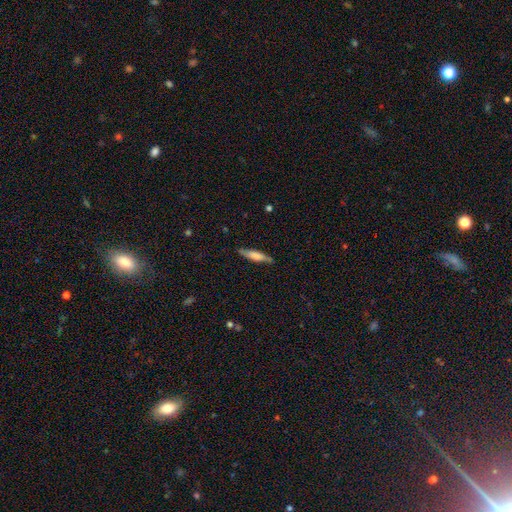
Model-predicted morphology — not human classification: This is possibly a smooth galaxy (59%). How rounded: clearly cigar-shaped (82%). Merging: clearly none (83%).